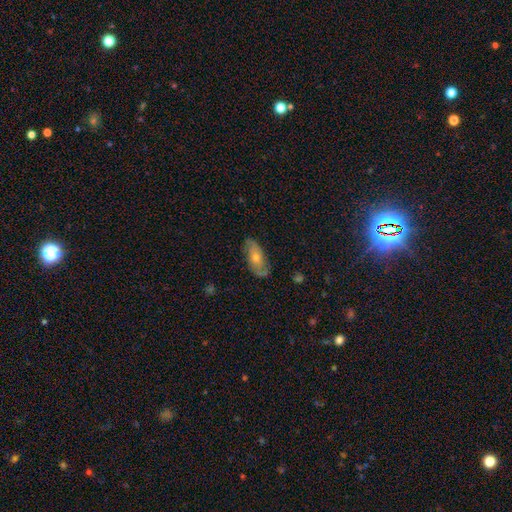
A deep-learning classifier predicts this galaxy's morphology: Smooth or featured?
  - featured or disk: 55% *
  - smooth: 34%
  - star or artifact: 10%
Edge-on disk?
  - no: 82% *
  - yes: 18%
Merging?
  - none: 80% *
  - minor disturbance: 15%
  - major disturbance: 4%
  - merger: 1%